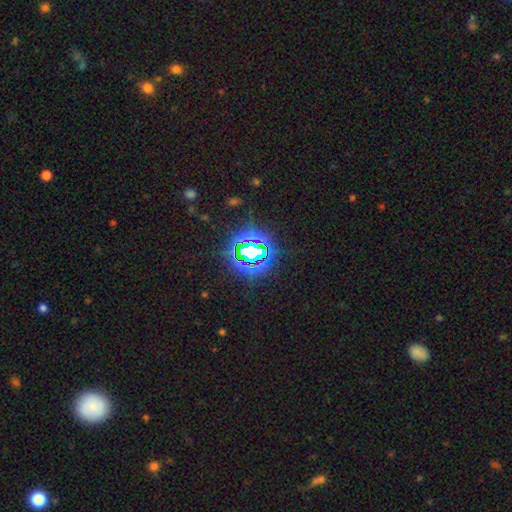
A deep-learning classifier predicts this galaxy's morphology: type=star or artifact (77%).